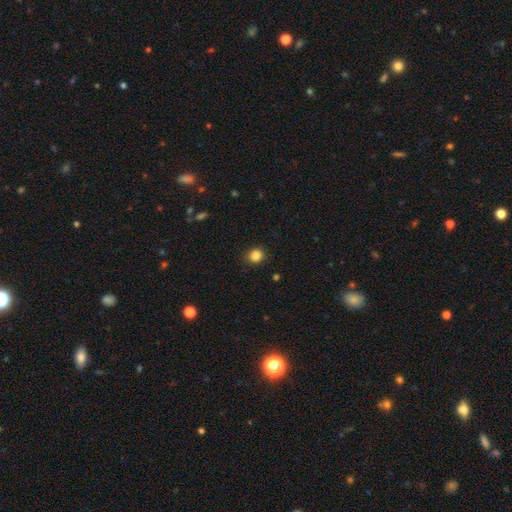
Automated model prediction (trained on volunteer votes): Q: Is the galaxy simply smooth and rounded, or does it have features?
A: smooth — 86%.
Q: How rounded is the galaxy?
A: round — 82%.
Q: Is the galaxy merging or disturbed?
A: none — 88%.